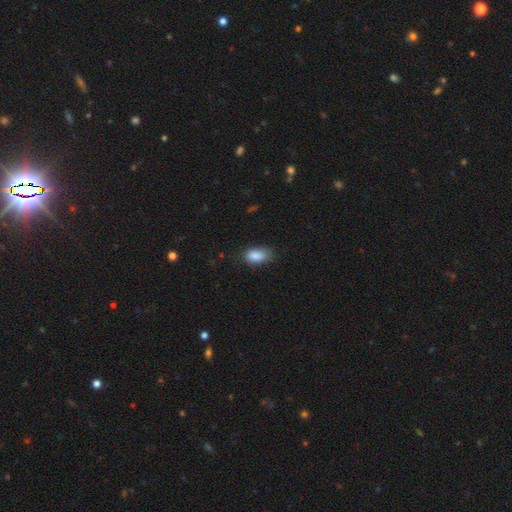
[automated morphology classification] Smooth or featured?
  - smooth: 88% *
  - star or artifact: 8%
  - featured or disk: 4%
How rounded?
  - in between: 90% *
  - round: 7%
  - cigar-shaped: 3%
Merging?
  - none: 72% *
  - minor disturbance: 23%
  - major disturbance: 5%
  - merger: 1%